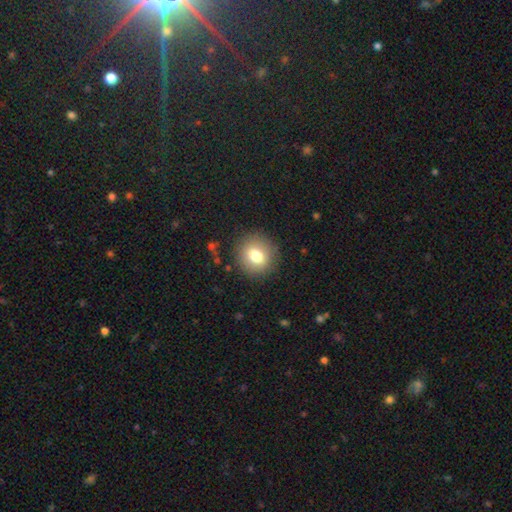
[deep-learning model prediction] The model was most divided on "smooth or featured": smooth: 76%, featured or disk: 14%, star or artifact: 10%. More confident: merging — none (87%); how rounded — round (84%).